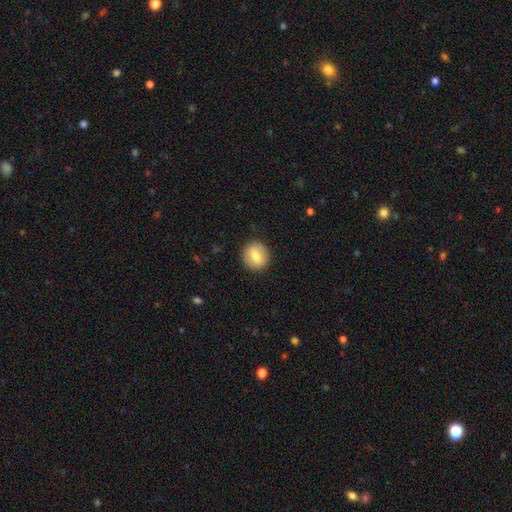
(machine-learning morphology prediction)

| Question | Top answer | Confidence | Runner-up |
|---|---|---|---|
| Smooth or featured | smooth | 68% | featured or disk (24%) |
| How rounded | round | 86% | in between (13%) |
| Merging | none | 89% | minor disturbance (7%) |